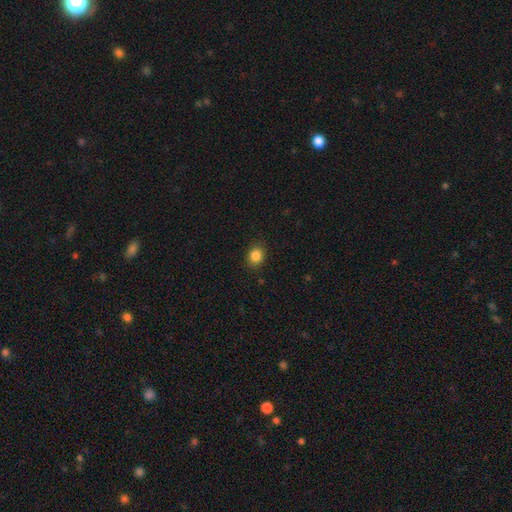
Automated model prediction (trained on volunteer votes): This is clearly a smooth galaxy (86%). How rounded: likely round (65%). Merging: clearly none (89%).